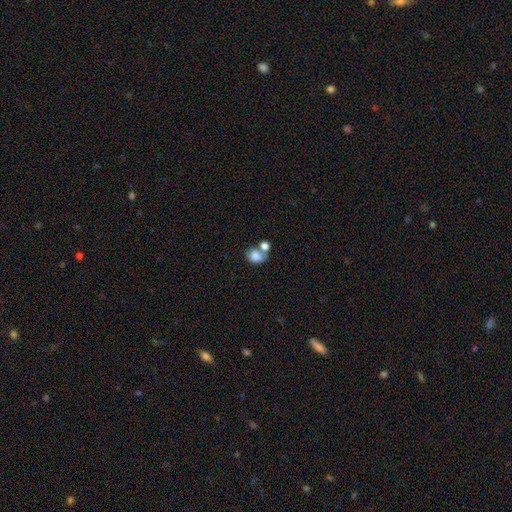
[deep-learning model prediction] Smooth or featured? Predicted: smooth (p=0.80). How rounded? Predicted: in between (p=0.52). Merging? Predicted: merger (p=0.48).